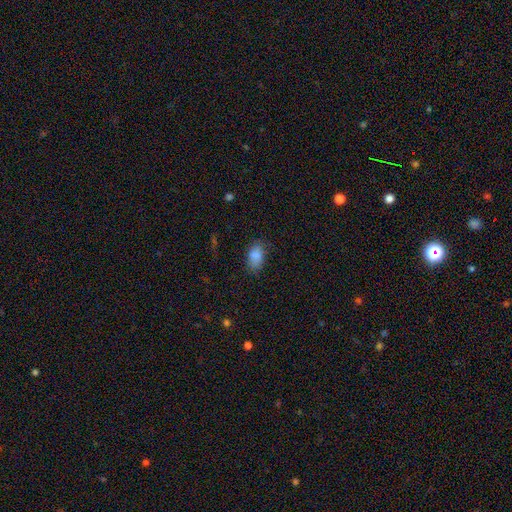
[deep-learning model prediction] Smooth or featured: smooth — 84% (star or artifact — 9%)
How rounded: in between — 90% (round — 8%)
Merging: none — 69% (minor disturbance — 22%)